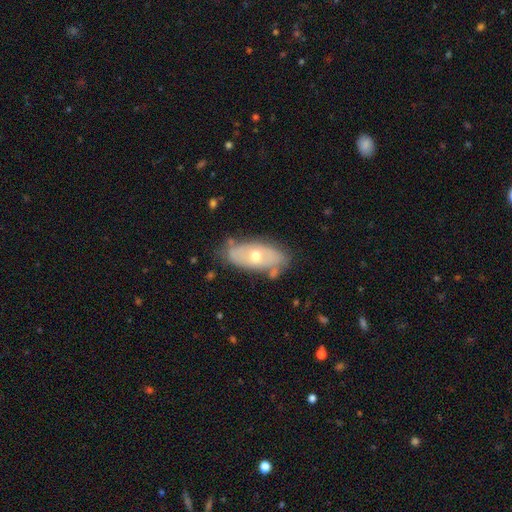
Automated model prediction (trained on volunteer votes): Q: Smooth or featured?
A: featured or disk (55%); runner-up: smooth (38%)
Q: Edge-on disk?
A: no (85%); runner-up: yes (15%)
Q: Merging?
A: none (68%); runner-up: minor disturbance (22%)